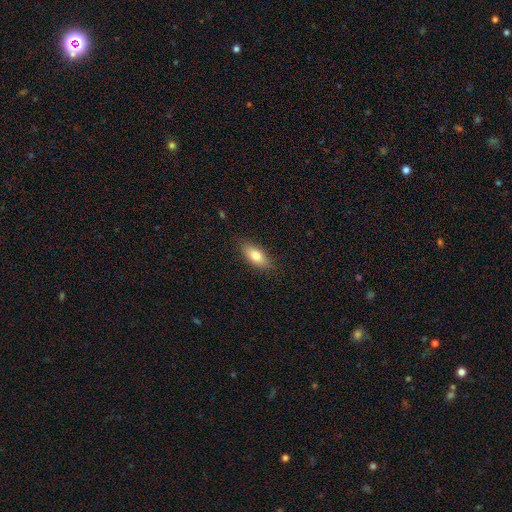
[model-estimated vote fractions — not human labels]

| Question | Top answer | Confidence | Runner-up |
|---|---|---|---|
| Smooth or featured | smooth | 79% | featured or disk (15%) |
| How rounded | in between | 83% | cigar-shaped (14%) |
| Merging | none | 85% | minor disturbance (12%) |